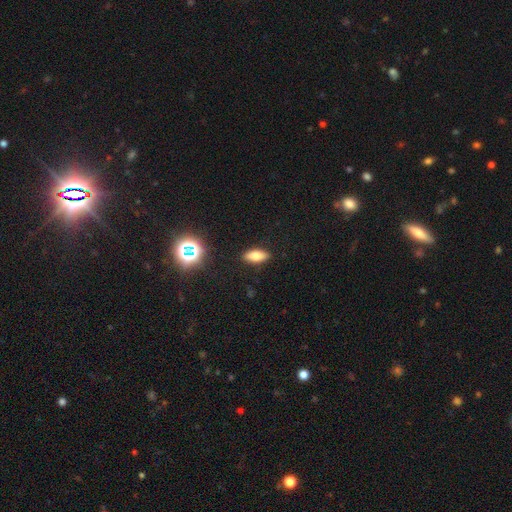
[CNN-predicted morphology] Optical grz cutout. It shows a smooth galaxy with no disk features (69%) that is in between round and cigar-shaped (74%). Merging: none (89%).